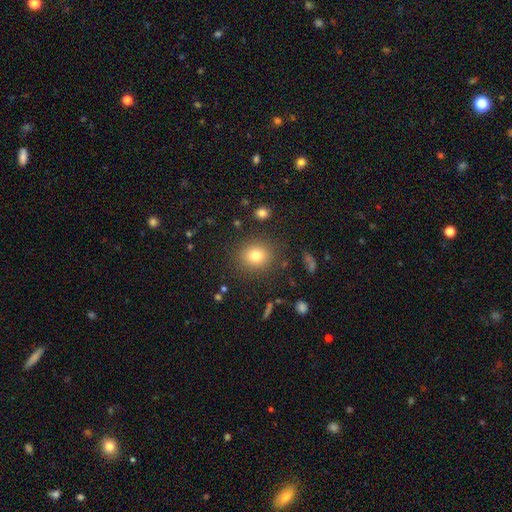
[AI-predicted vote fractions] Smooth or featured? Predicted: smooth (p=0.78). How rounded? Predicted: round (p=0.81). Merging? Predicted: none (p=0.87).